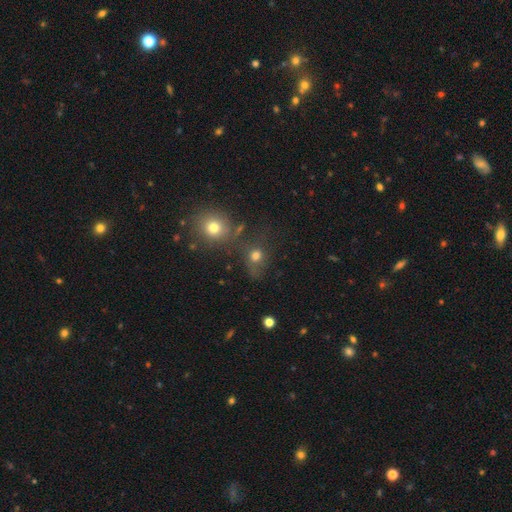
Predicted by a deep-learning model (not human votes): smooth 70%, star or artifact 20%, featured or disk 10%. Down the decision tree: how rounded — round (71%); merging — none (54%).